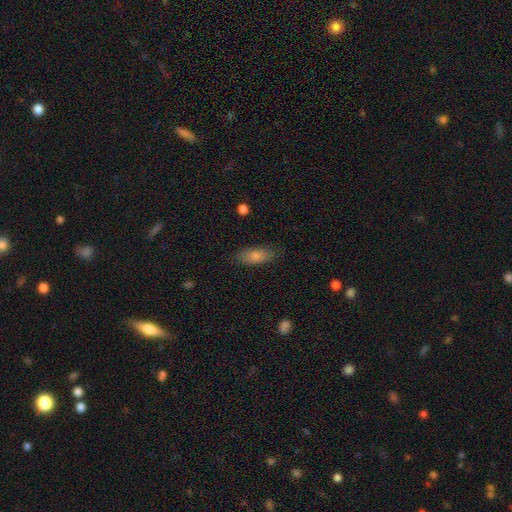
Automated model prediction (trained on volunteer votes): Smooth or featured? smooth (71%)
How rounded? in between (72%)
Merging? none (83%)